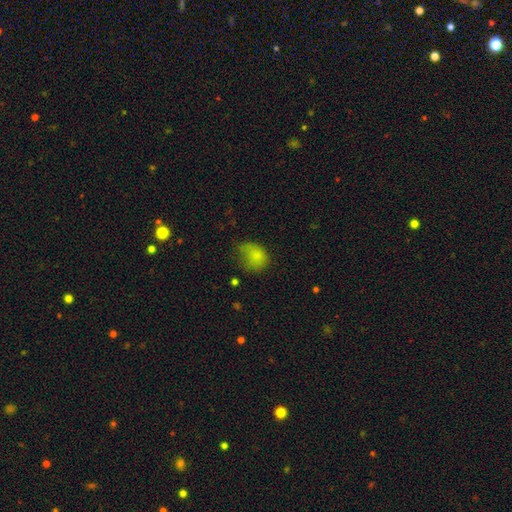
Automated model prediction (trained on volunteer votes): This appears to be a smooth galaxy with no disk features (78%) that is in between round and cigar-shaped (53%). Merging: minor disturbance (35%).